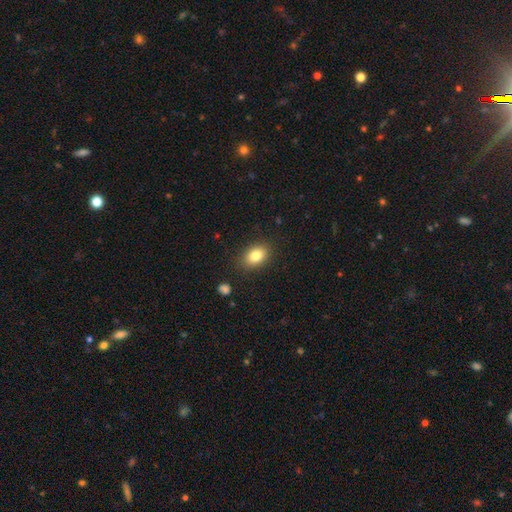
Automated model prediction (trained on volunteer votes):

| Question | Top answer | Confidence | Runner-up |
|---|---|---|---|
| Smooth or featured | smooth | 83% | star or artifact (9%) |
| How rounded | in between | 83% | round (16%) |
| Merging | none | 86% | minor disturbance (10%) |